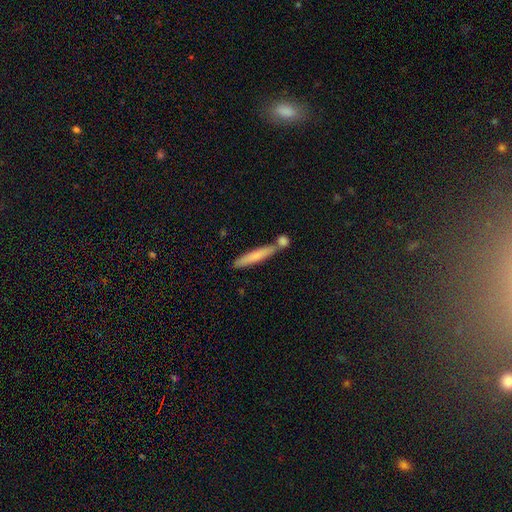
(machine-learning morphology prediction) Smooth or featured? smooth (69%)
How rounded? cigar-shaped (93%)
Merging? none (65%)